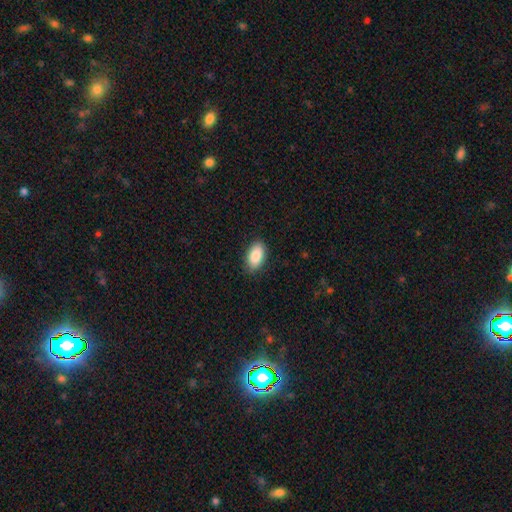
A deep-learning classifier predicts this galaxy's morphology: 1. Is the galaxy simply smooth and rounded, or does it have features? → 88% smooth, 7% star or artifact, 5% featured or disk.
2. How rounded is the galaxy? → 93% in between, 4% round, 3% cigar-shaped.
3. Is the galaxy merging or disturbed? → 87% none, 10% minor disturbance, 2% major disturbance, 1% merger.